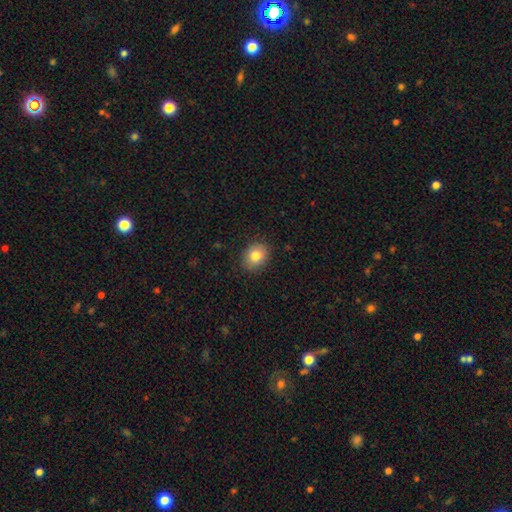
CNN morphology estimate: This is clearly a smooth galaxy (81%). How rounded: possibly round (54%). Merging: clearly none (87%).